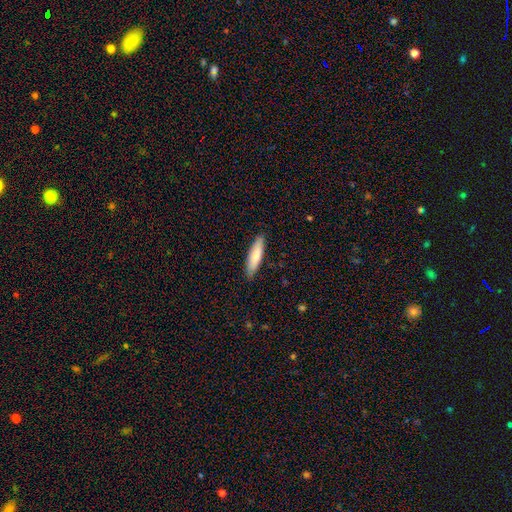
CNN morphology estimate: A smooth galaxy with no disk features (78%) that is cigar-shaped (70%).

Vote fractions:
- Smooth or featured? smooth: 78% / featured or disk: 17% / star or artifact: 5%
- How rounded? cigar-shaped: 70% / in between: 29% / round: 1%
- Merging? none: 87% / minor disturbance: 11% / major disturbance: 2% / merger: 1%